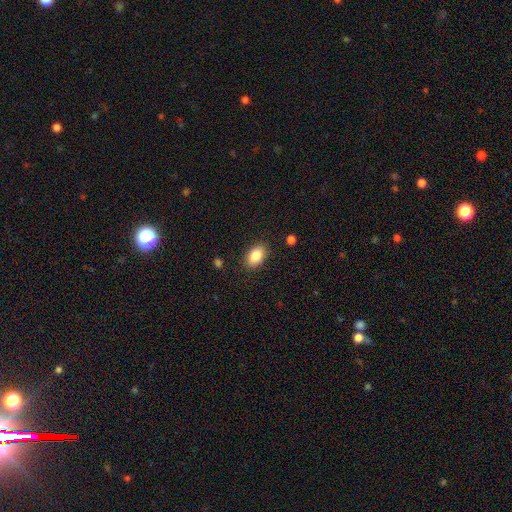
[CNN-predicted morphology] A smooth galaxy with no disk features (85%) that is in between round and cigar-shaped (87%).

Vote fractions:
- Smooth or featured? smooth: 85% / star or artifact: 8% / featured or disk: 7%
- How rounded? in between: 87% / round: 11% / cigar-shaped: 1%
- Merging? none: 88% / minor disturbance: 9% / major disturbance: 2% / merger: 1%